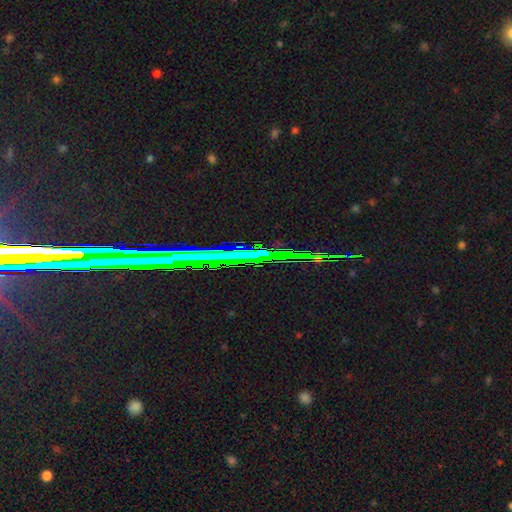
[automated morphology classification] A star or artifact, not a galaxy (72%).